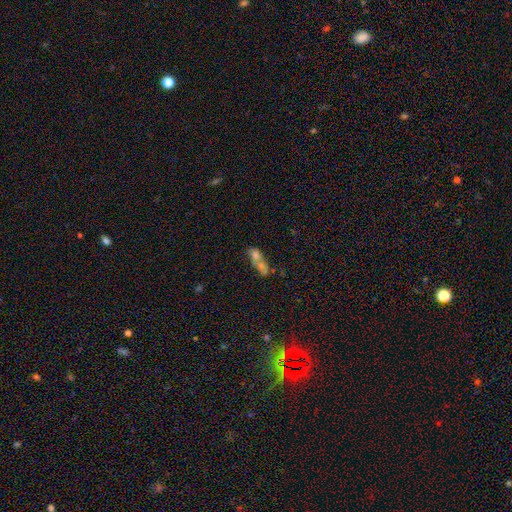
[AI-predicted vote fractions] Smooth or featured? Predicted: smooth (p=0.60). How rounded? Predicted: in between (p=0.61). Merging? Predicted: merger (p=0.68).